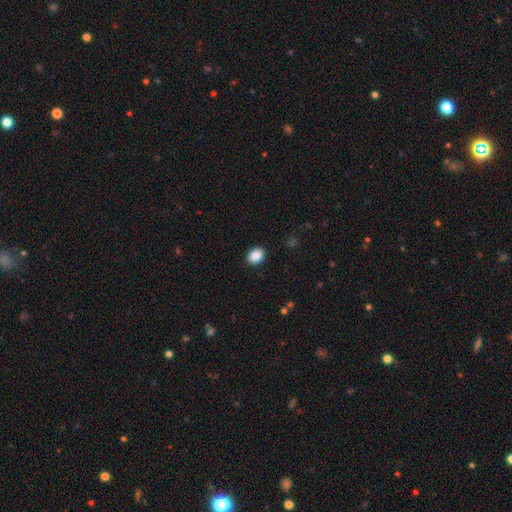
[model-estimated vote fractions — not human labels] Overall: smooth (88%). How rounded: in between (56%; round 43%). Merging: none (90%).